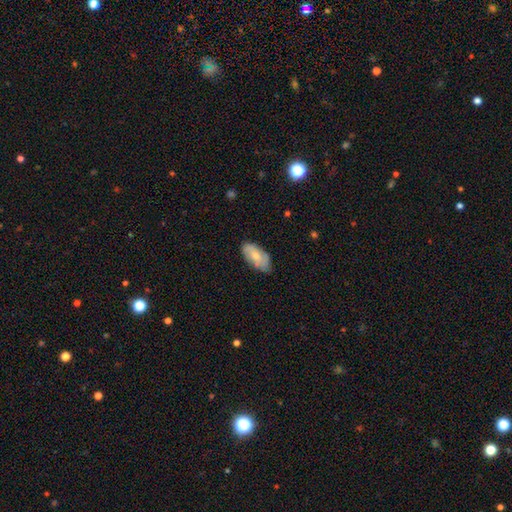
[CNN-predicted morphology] smooth-or-featured: smooth: 63% | featured or disk: 31% | star or artifact: 6%
  how-rounded: in between: 93% | cigar-shaped: 5% | round: 3%
  merging: none: 74% | minor disturbance: 21% | major disturbance: 4% | merger: 1%